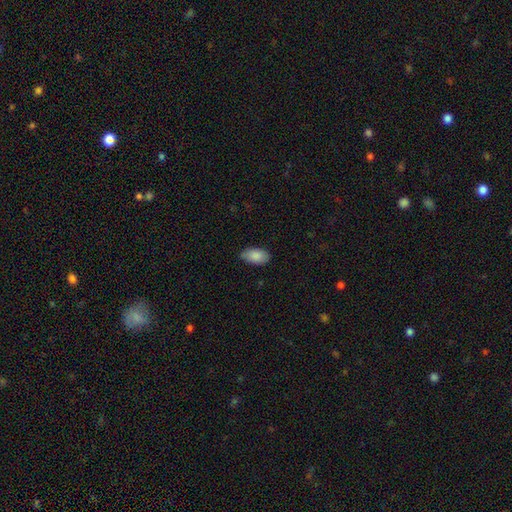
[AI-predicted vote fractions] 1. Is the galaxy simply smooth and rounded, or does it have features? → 88% smooth, 6% star or artifact, 6% featured or disk.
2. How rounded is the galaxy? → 94% in between, 4% round, 2% cigar-shaped.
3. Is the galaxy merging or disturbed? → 79% none, 17% minor disturbance, 2% major disturbance, 1% merger.